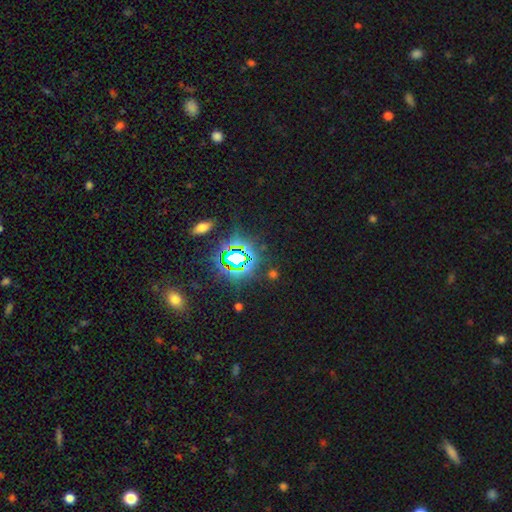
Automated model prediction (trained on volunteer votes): Overall: star or artifact (79%).